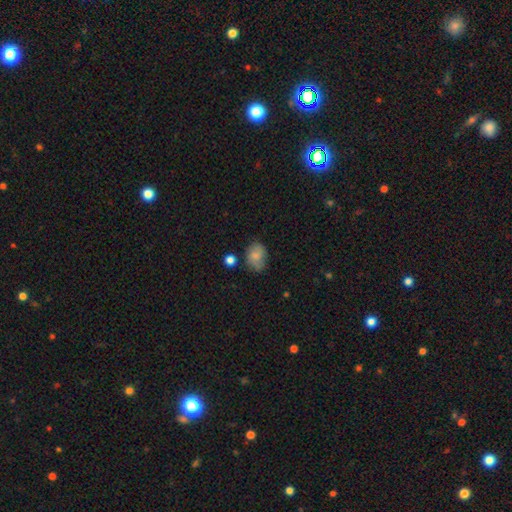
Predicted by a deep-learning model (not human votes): Overall: smooth (74%). How rounded: in between (66%; round 33%). Merging: none (62%; minor disturbance 27%).